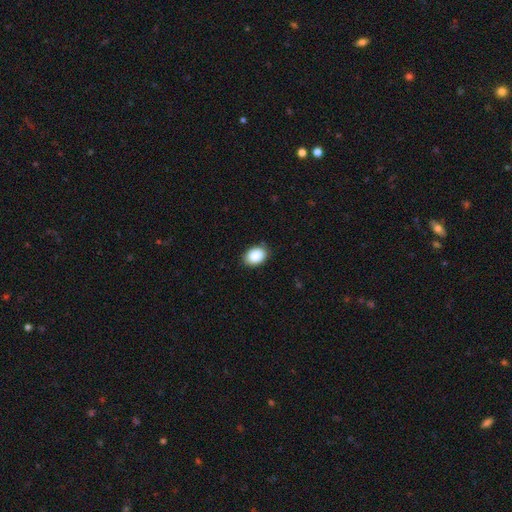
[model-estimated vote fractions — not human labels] A smooth galaxy with no disk features (89%) that is in between round and cigar-shaped (77%).

Vote fractions:
- Smooth or featured? smooth: 89% / star or artifact: 8% / featured or disk: 4%
- How rounded? in between: 77% / round: 22% / cigar-shaped: 1%
- Merging? none: 86% / minor disturbance: 11% / major disturbance: 2% / merger: 1%